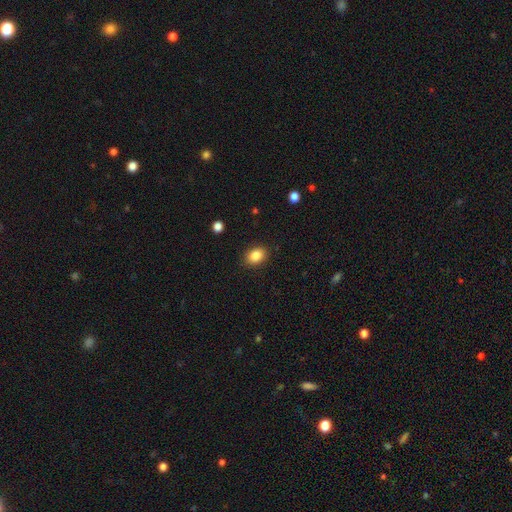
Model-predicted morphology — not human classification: A smooth galaxy with no disk features (85%) that is in between round and cigar-shaped (71%).

Vote fractions:
- Smooth or featured? smooth: 85% / star or artifact: 9% / featured or disk: 6%
- How rounded? in between: 71% / round: 28% / cigar-shaped: 1%
- Merging? none: 88% / minor disturbance: 9% / major disturbance: 2% / merger: 1%